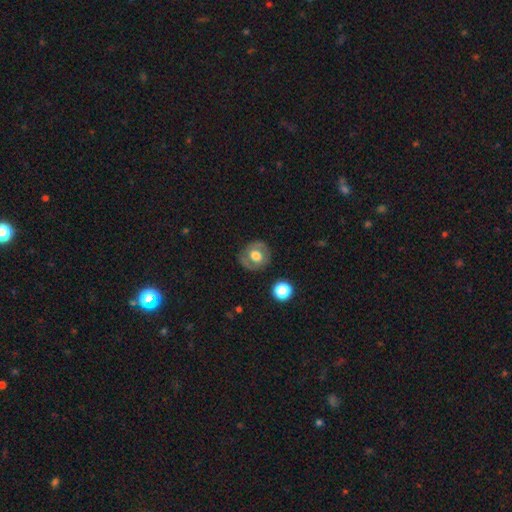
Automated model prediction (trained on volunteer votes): A smooth galaxy with no disk features (49%). Merging: none (81%).